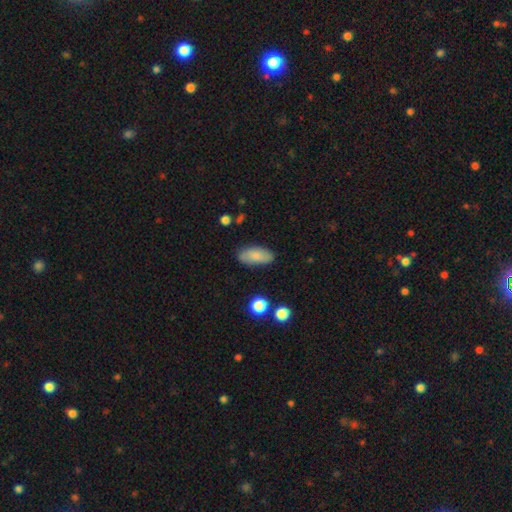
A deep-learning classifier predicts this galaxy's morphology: smooth 81%, featured or disk 13%, star or artifact 7%. Down the decision tree: how rounded — in between (89%); merging — none (81%).